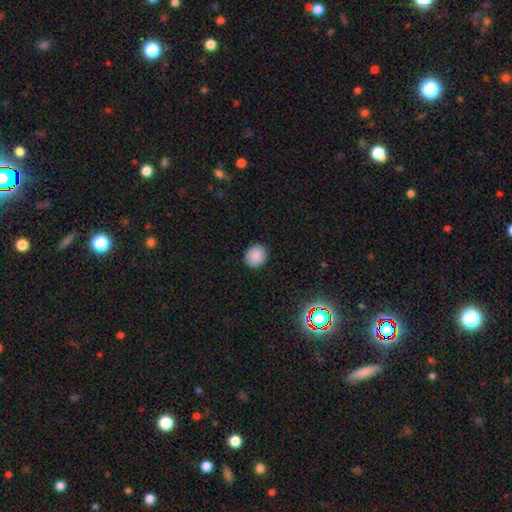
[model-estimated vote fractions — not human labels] Smooth or featured: smooth — 88% (star or artifact — 9%)
How rounded: round — 79% (in between — 20%)
Merging: none — 91% (minor disturbance — 7%)